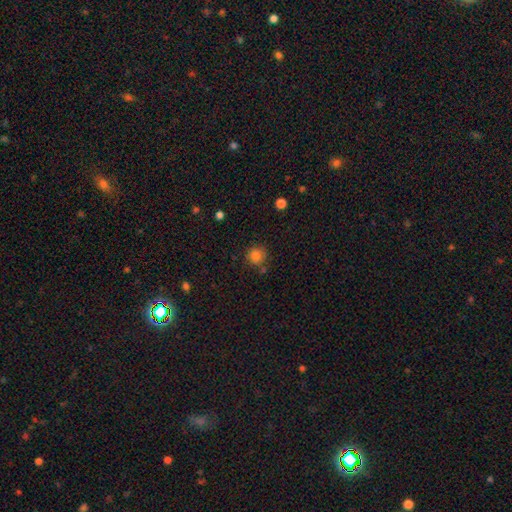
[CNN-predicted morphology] The model was most divided on "merging": none: 78%, minor disturbance: 11%, merger: 7%, major disturbance: 3%. More confident: how rounded — round (92%); smooth or featured — smooth (82%).